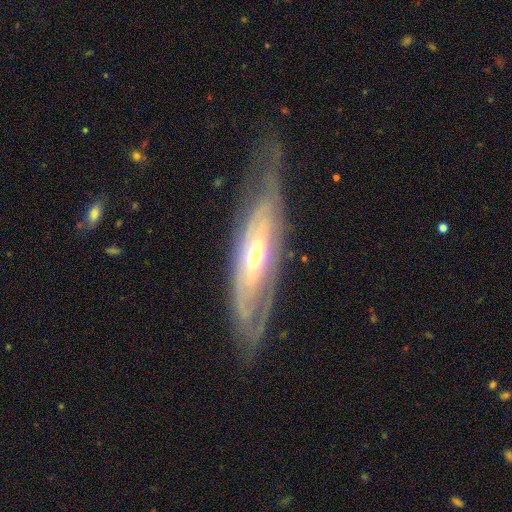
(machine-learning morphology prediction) type=featured or disk (79%); edge-on=no (68%); bar=no (56%); spiral arms=yes (73%); bulge=moderate (54%); merging=none (69%).